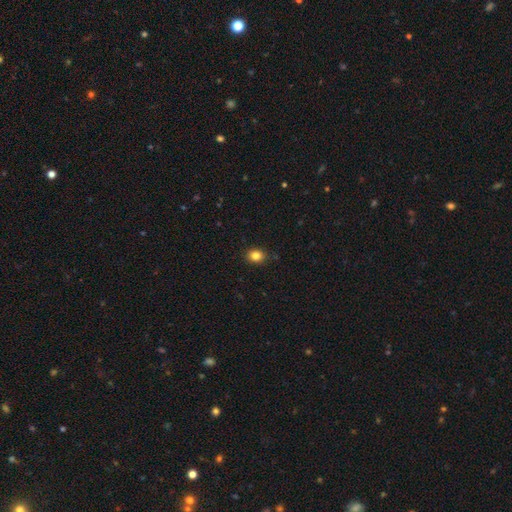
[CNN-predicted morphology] Overall: smooth (84%). How rounded: round (54%; in between 45%). Merging: none (88%).